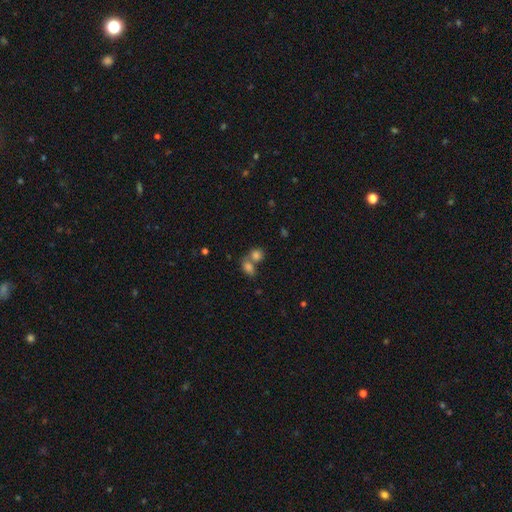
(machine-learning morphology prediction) The model was most divided on "how rounded": round: 53%, in between: 46%, cigar-shaped: 2%. More confident: smooth or featured — smooth (80%); merging — merger (50%).